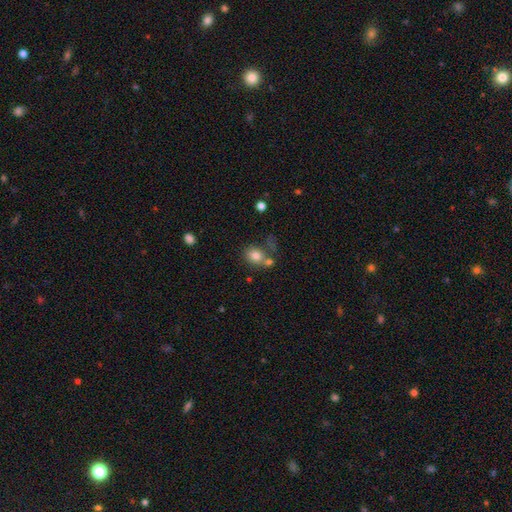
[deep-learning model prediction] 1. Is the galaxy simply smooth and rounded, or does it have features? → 79% smooth, 11% star or artifact, 10% featured or disk.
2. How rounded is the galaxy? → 59% round, 40% in between, 1% cigar-shaped.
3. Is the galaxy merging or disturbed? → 51% none, 28% merger, 14% minor disturbance, 7% major disturbance.